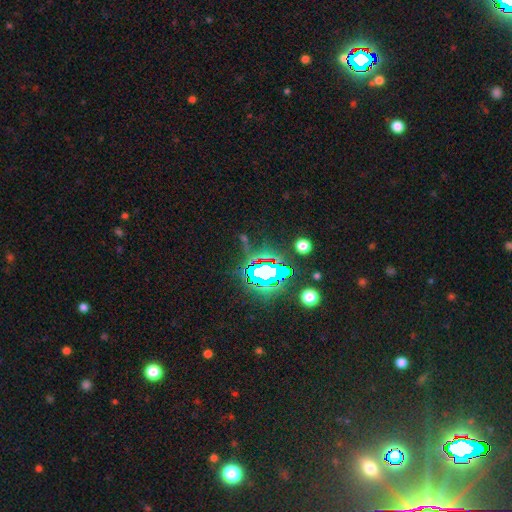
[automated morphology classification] Smooth or featured?
  - star or artifact: 81% *
  - smooth: 12%
  - featured or disk: 8%